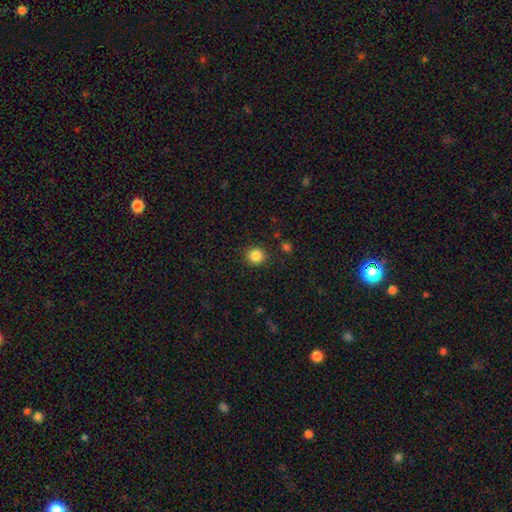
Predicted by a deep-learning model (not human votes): Overall: smooth (85%). How rounded: round (90%). Merging: none (90%).